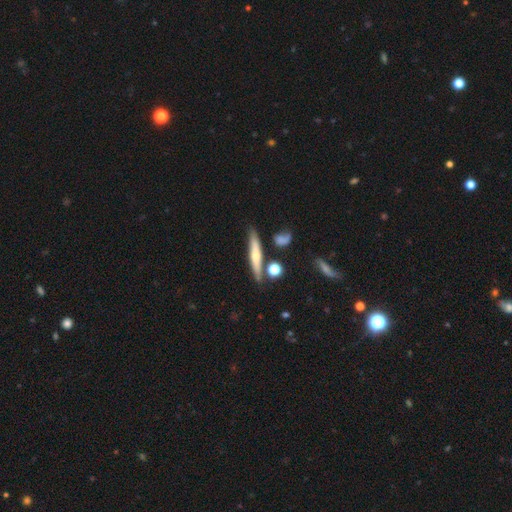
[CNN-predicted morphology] This is possibly a featured or disk galaxy (47%). Merging: likely none (74%).